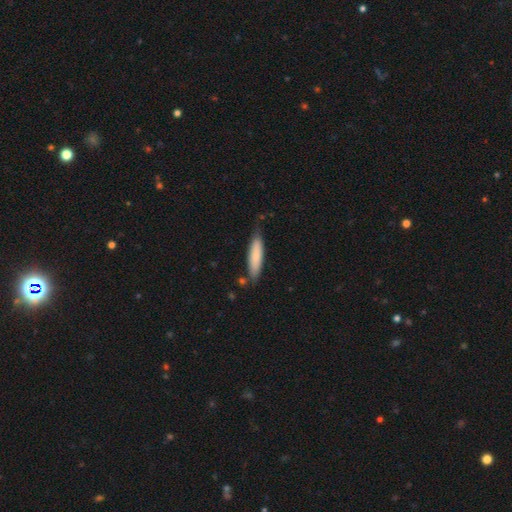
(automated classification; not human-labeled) Overall: smooth (82%). How rounded: cigar-shaped (73%). Merging: none (75%).